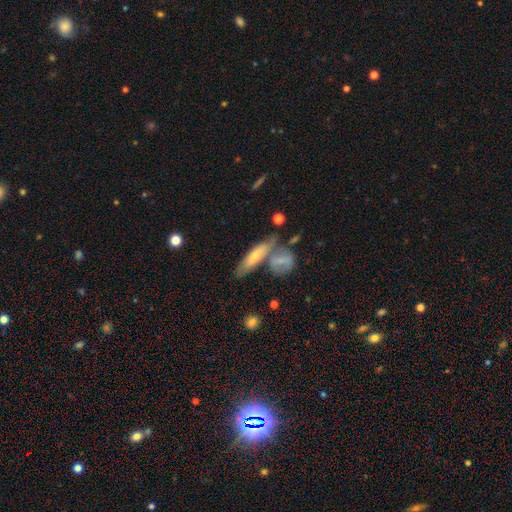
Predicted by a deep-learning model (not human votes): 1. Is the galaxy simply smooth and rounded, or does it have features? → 60% smooth, 34% featured or disk, 6% star or artifact.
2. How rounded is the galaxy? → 59% cigar-shaped, 37% in between, 4% round.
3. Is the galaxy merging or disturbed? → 45% none, 36% merger, 13% minor disturbance, 5% major disturbance.